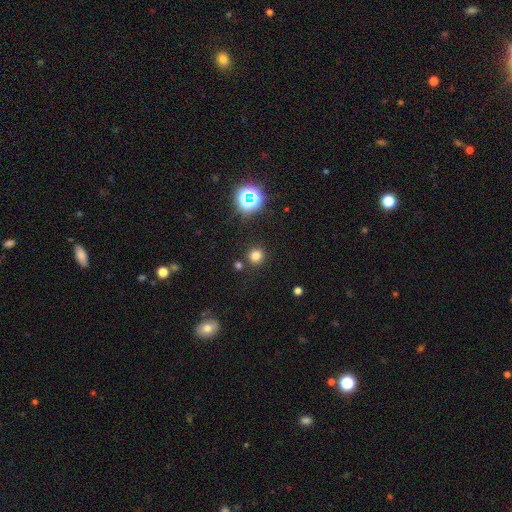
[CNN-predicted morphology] smooth-or-featured: smooth: 73% | star or artifact: 21% | featured or disk: 6%
  how-rounded: round: 93% | in between: 6% | cigar-shaped: 1%
  merging: none: 86% | minor disturbance: 7% | merger: 5% | major disturbance: 3%